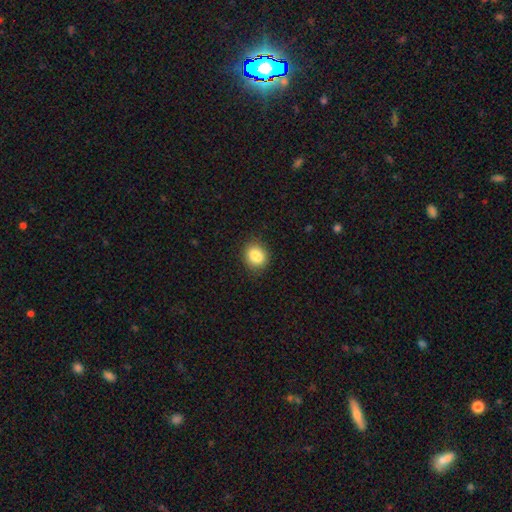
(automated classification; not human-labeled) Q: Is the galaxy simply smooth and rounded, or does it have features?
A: smooth — 85%.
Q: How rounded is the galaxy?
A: round — 58%.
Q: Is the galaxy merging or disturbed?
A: none — 83%.